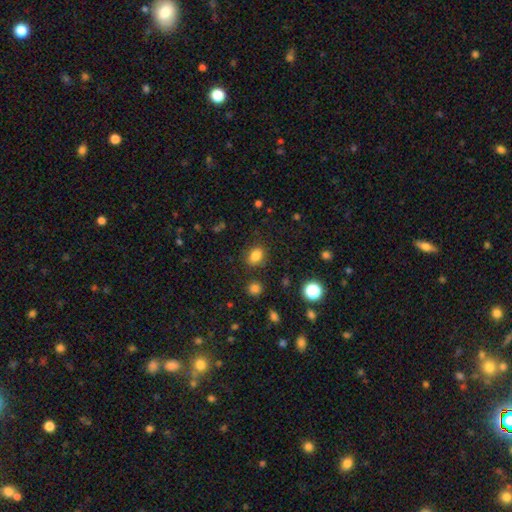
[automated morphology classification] Q: Smooth or featured?
A: smooth (82%); runner-up: star or artifact (12%)
Q: How rounded?
A: in between (65%); runner-up: round (33%)
Q: Merging?
A: none (82%); runner-up: minor disturbance (11%)